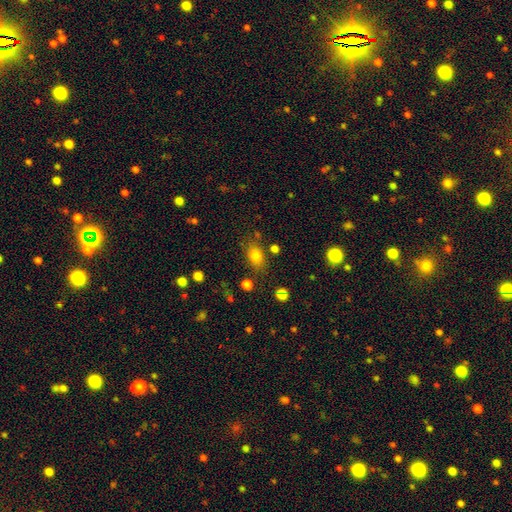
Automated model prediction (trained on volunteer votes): Smooth or featured: smooth — 80% (star or artifact — 12%)
How rounded: in between — 74% (round — 24%)
Merging: none — 75% (minor disturbance — 14%)